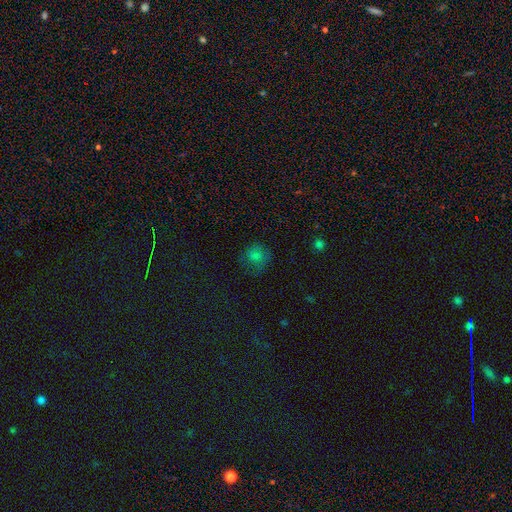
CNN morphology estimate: This is likely a smooth galaxy (66%). How rounded: clearly round (81%). Merging: likely none (67%).